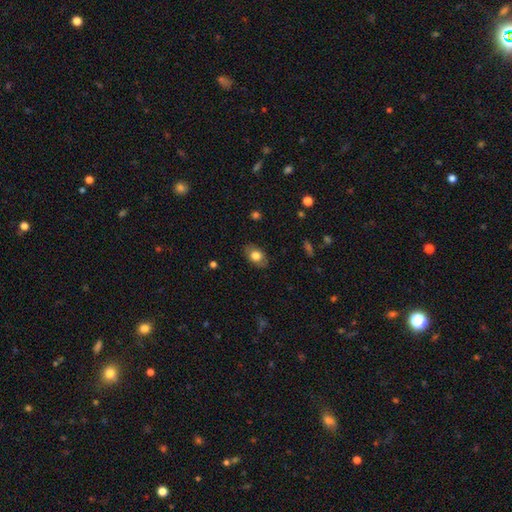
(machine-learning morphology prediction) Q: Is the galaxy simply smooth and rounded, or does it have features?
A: smooth — 77%.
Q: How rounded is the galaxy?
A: in between — 84%.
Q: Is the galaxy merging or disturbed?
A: none — 84%.